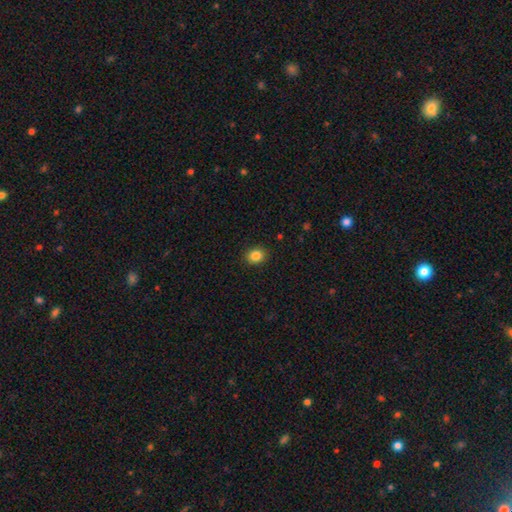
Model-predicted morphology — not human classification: smooth-or-featured: smooth: 85% | star or artifact: 10% | featured or disk: 5%
  how-rounded: round: 60% | in between: 39% | cigar-shaped: 1%
  merging: none: 90% | minor disturbance: 7% | major disturbance: 2% | merger: 1%